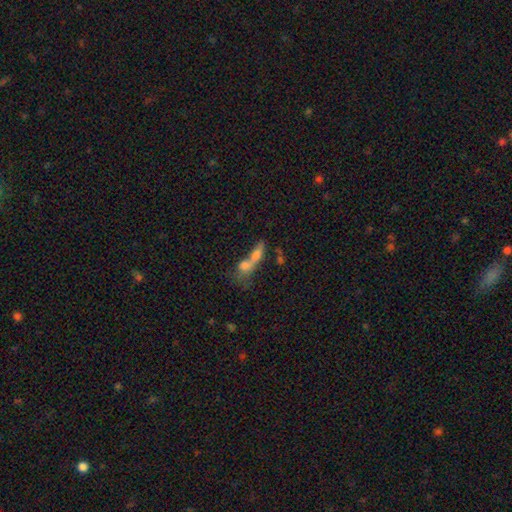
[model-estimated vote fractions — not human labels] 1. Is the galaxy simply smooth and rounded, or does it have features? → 62% smooth, 26% featured or disk, 11% star or artifact.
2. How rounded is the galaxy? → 52% in between, 34% cigar-shaped, 14% round.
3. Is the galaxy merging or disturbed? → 69% merger, 17% none, 8% major disturbance, 7% minor disturbance.